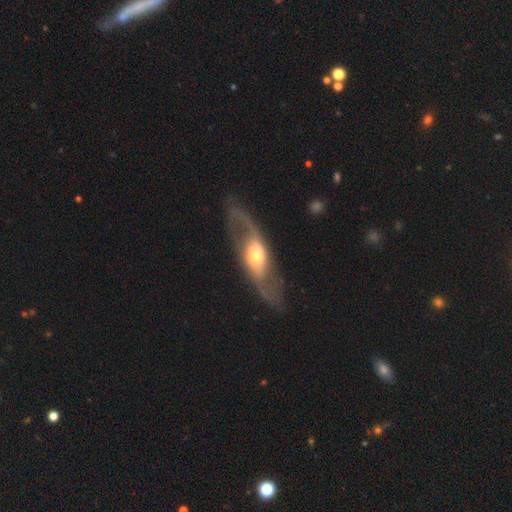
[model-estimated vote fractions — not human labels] Smooth or featured?
  - featured or disk: 75% *
  - smooth: 20%
  - star or artifact: 5%
Edge-on disk?
  - no: 81% *
  - yes: 19%
Bar?
  - no: 65% *
  - weak: 21%
  - strong: 14%
Spiral arms?
  - yes: 70% *
  - no: 30%
Bulge size?
  - moderate: 54% *
  - small: 27%
  - large: 16%
  - dominant: 3%
  - none: 1%
Merging?
  - none: 71% *
  - minor disturbance: 14%
  - major disturbance: 13%
  - merger: 2%